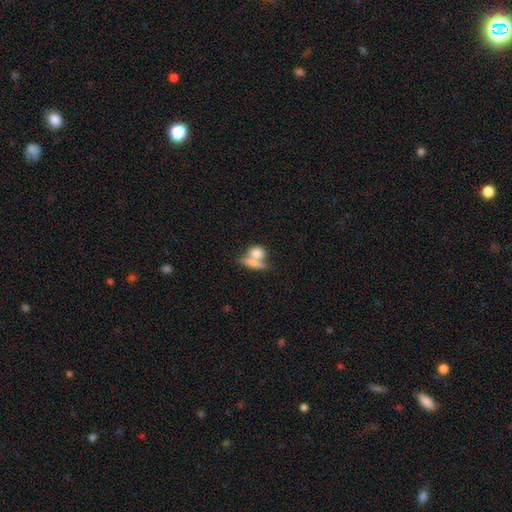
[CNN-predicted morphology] smooth 75%, featured or disk 17%, star or artifact 8%. Down the decision tree: how rounded — round (45%); merging — merger (50%).